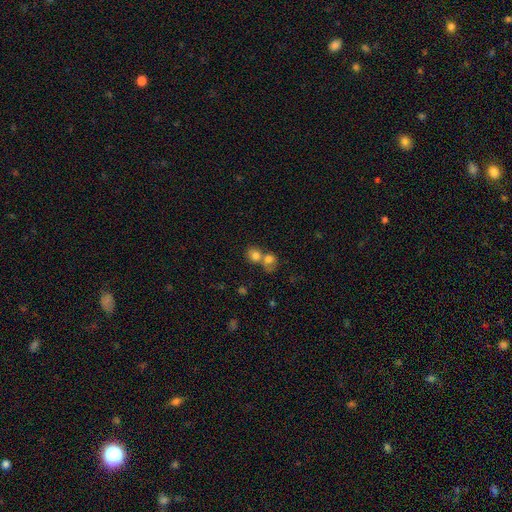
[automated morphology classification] smooth 78%, star or artifact 11%, featured or disk 11%. Down the decision tree: how rounded — round (74%); merging — merger (57%).